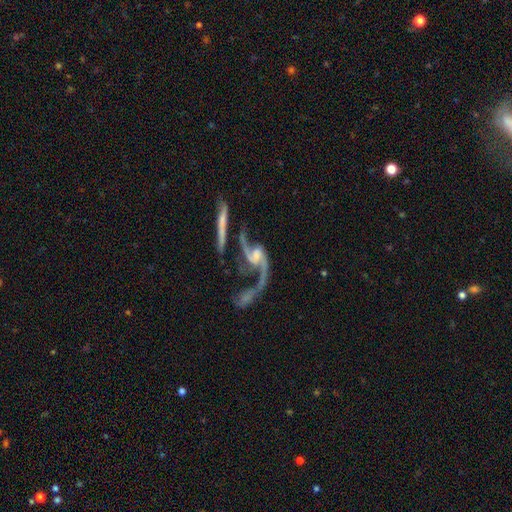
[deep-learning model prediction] smooth-or-featured: featured or disk: 87% | star or artifact: 7% | smooth: 6%
  disk-edge-on: no: 94% | yes: 6%
    bar: no: 52% | weak: 35% | strong: 13%
    has-spiral-arms: yes: 92% | no: 8%
      spiral-winding: loose: 81% | medium: 15% | tight: 4%
      spiral-arm-count: 2: 84% | 1: 9% | can't tell: 3% | 3: 2% | 4: 1% | more than 4: 1%
    bulge-size: small: 42% | moderate: 32% | none: 20% | large: 5% | dominant: 2%
  merging: none: 31% | major disturbance: 27% | merger: 27% | minor disturbance: 14%